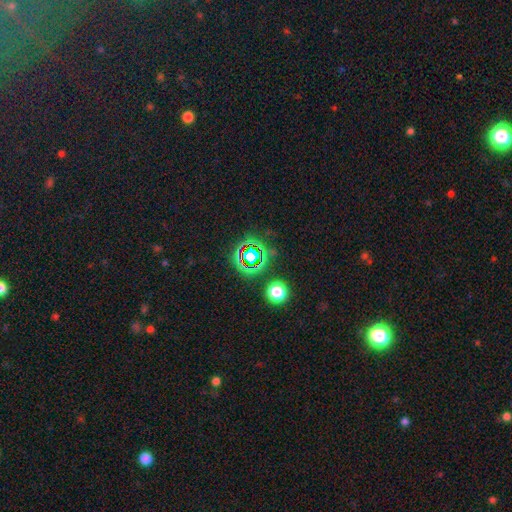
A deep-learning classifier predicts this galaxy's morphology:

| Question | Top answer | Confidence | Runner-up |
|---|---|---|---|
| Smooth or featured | star or artifact | 58% | smooth (33%) |